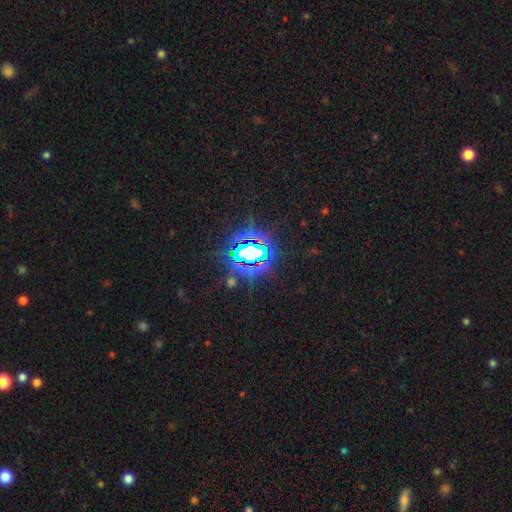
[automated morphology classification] Smooth or featured? Predicted: star or artifact (p=0.80).